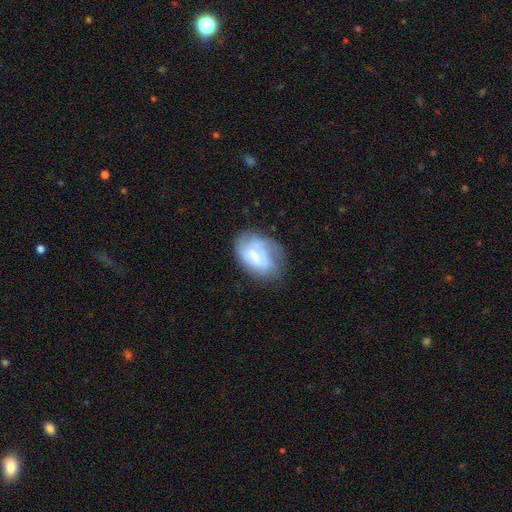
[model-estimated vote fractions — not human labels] Overall: featured or disk (47%; smooth 45%). Merging: none (46%; minor disturbance 31%).